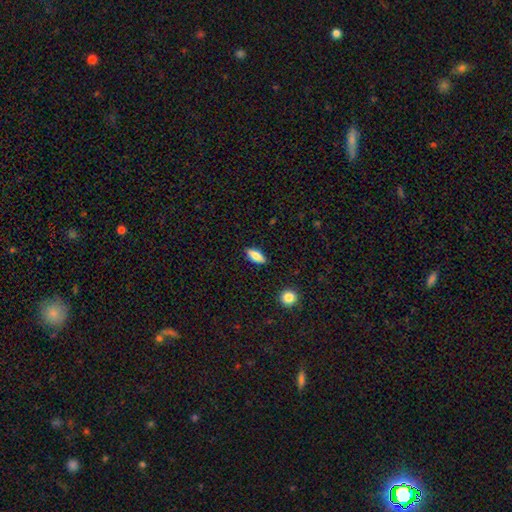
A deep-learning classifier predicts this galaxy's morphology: Overall: smooth (76%). How rounded: in between (77%). Merging: none (87%).